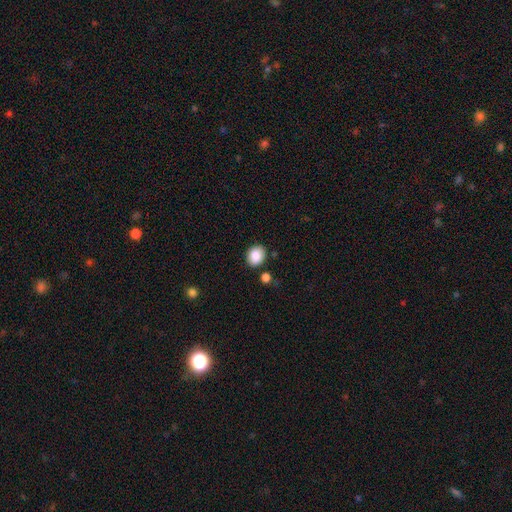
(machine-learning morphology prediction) The model was most divided on "how rounded": round: 50%, in between: 49%, cigar-shaped: 1%. More confident: smooth or featured — smooth (88%); merging — none (83%).